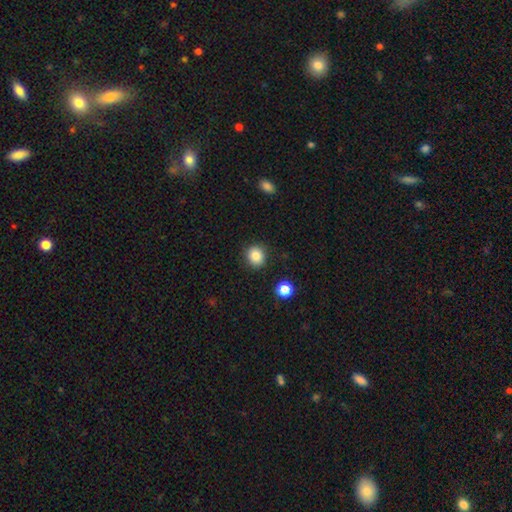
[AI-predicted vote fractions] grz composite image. It shows a smooth galaxy with no disk features (85%) that is round (81%). Merging: none (88%).